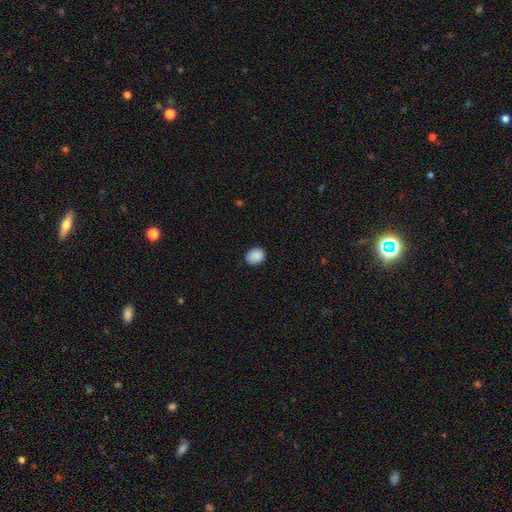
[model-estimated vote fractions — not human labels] Morphology: type=smooth (89%); roundness=round (57%); merging=none (84%).